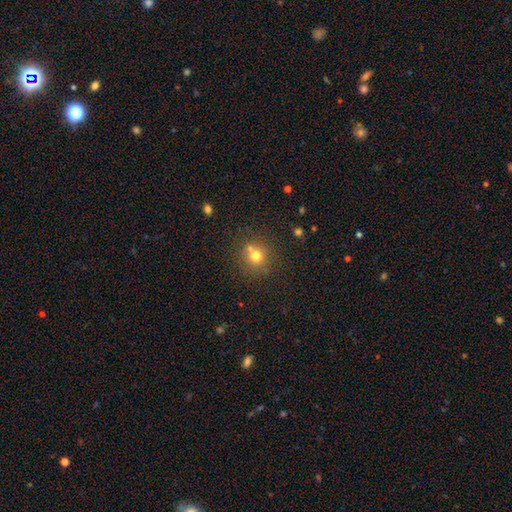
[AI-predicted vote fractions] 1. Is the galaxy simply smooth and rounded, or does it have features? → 72% smooth, 16% star or artifact, 13% featured or disk.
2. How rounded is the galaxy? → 89% round, 10% in between, 1% cigar-shaped.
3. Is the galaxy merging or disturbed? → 65% none, 22% merger, 10% minor disturbance, 3% major disturbance.